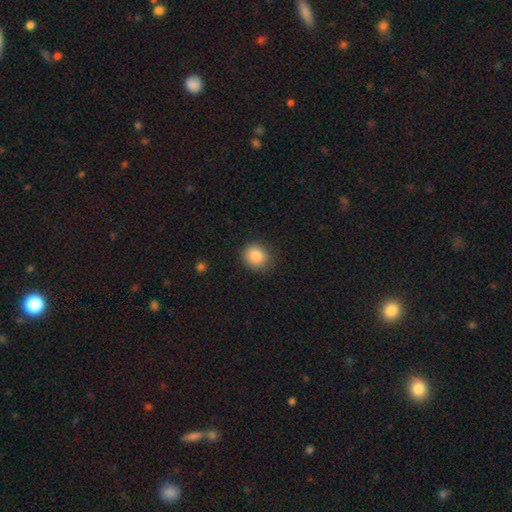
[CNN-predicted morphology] smooth-or-featured: smooth: 85% | star or artifact: 9% | featured or disk: 5%
  how-rounded: round: 80% | in between: 19% | cigar-shaped: 1%
  merging: none: 83% | minor disturbance: 13% | major disturbance: 3% | merger: 1%